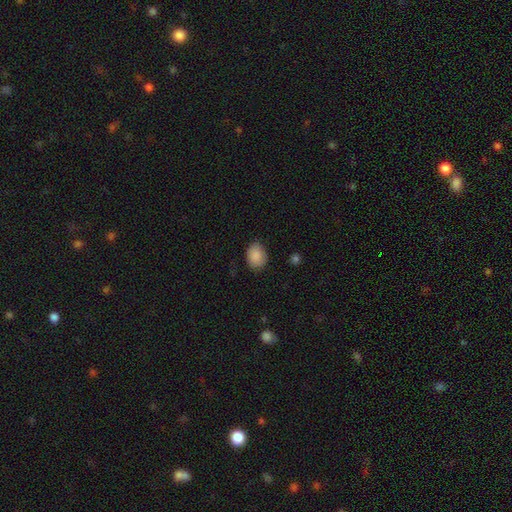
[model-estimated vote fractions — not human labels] A smooth galaxy with no disk features (87%) that is in between round and cigar-shaped (64%). Merging: none (78%).